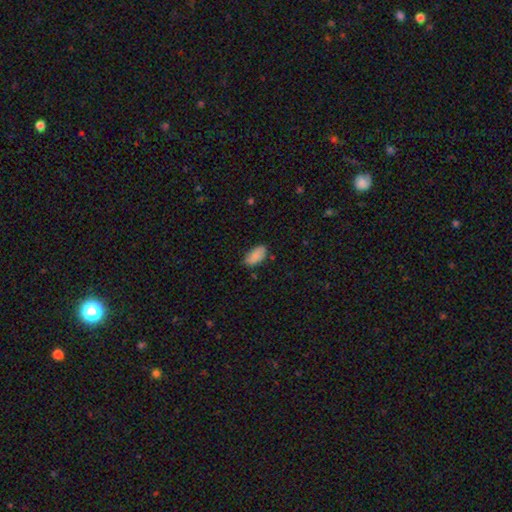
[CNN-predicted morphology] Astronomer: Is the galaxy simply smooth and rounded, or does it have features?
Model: smooth — 86%.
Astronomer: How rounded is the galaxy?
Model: in between — 94%.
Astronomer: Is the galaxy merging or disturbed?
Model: none — 72%.